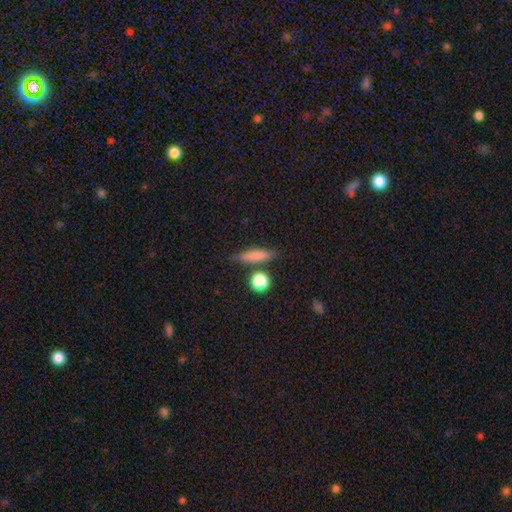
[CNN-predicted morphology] This is likely a smooth galaxy (73%). How rounded: likely cigar-shaped (73%). Merging: likely none (78%).